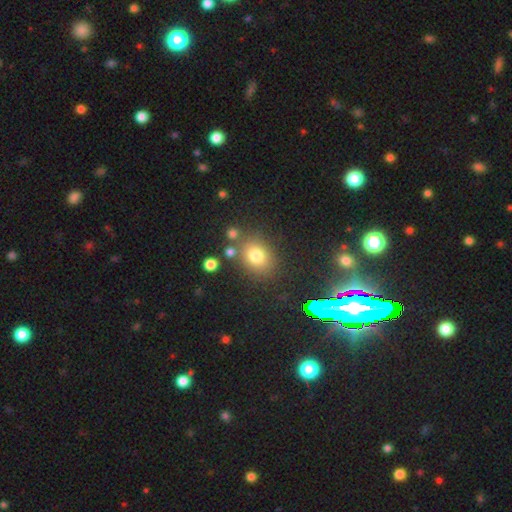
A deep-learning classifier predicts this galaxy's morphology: A smooth galaxy with no disk features (75%) that is round (55%).

Vote fractions:
- Smooth or featured? smooth: 75% / star or artifact: 16% / featured or disk: 9%
- How rounded? round: 55% / in between: 44% / cigar-shaped: 1%
- Merging? none: 76% / minor disturbance: 12% / merger: 8% / major disturbance: 5%